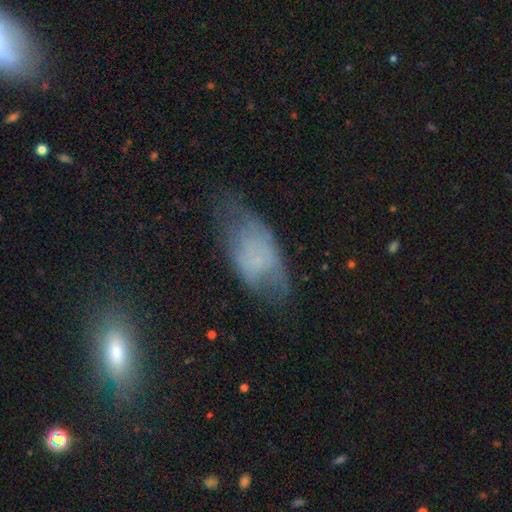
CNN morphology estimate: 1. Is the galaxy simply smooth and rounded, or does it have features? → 52% smooth, 36% featured or disk, 11% star or artifact.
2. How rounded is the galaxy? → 89% in between, 6% cigar-shaped, 4% round.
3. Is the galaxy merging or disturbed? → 47% none, 30% minor disturbance, 20% major disturbance, 3% merger.